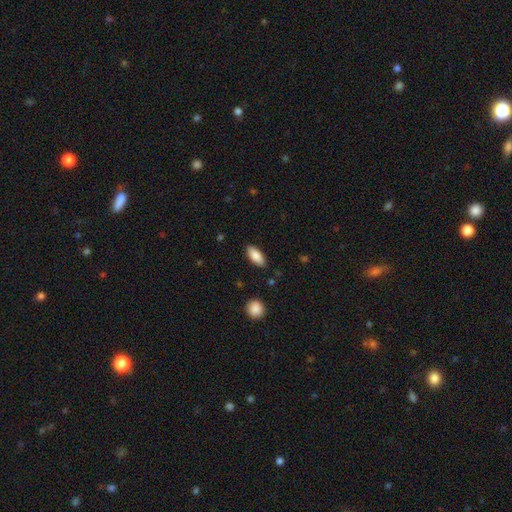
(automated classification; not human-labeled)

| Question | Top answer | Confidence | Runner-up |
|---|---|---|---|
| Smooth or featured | smooth | 85% | featured or disk (9%) |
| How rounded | in between | 84% | cigar-shaped (14%) |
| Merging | none | 86% | minor disturbance (10%) |